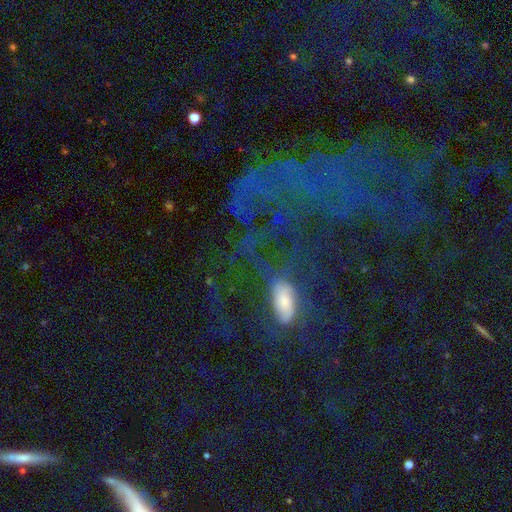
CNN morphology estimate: Smooth or featured? star or artifact (35%, tied with featured or disk)